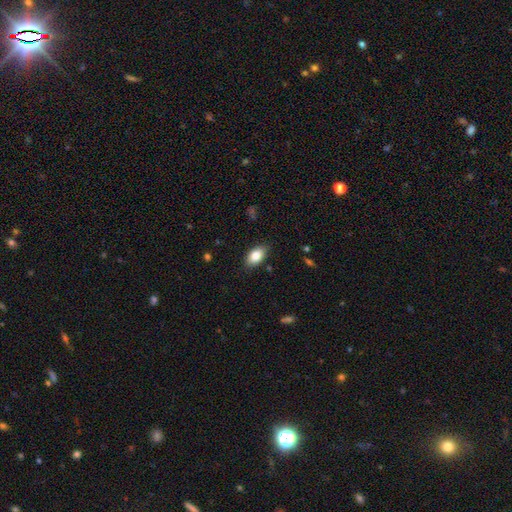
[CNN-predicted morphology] This is clearly a smooth galaxy (83%). How rounded: clearly in between (91%). Merging: clearly none (85%).